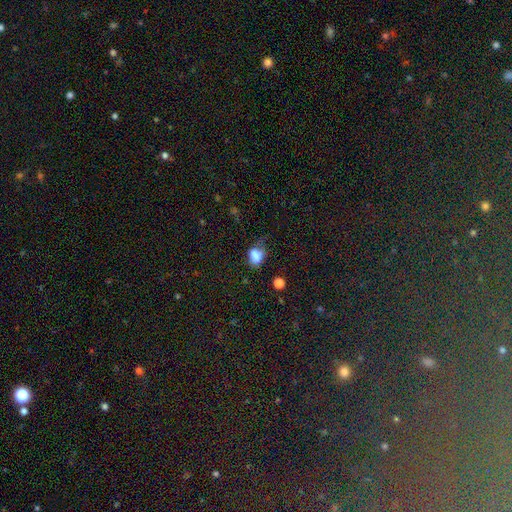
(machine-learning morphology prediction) A smooth galaxy with no disk features (79%) that is in between round and cigar-shaped (71%). Merging: none (37%).